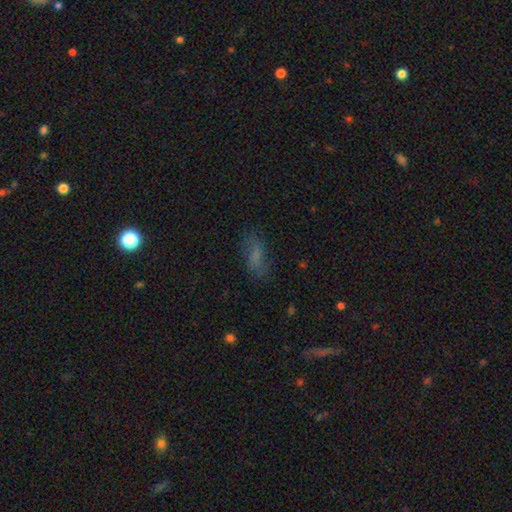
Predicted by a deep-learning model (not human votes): Smooth or featured: smooth — 58% (featured or disk — 26%)
How rounded: in between — 75% (cigar-shaped — 20%)
Merging: none — 69% (minor disturbance — 19%)